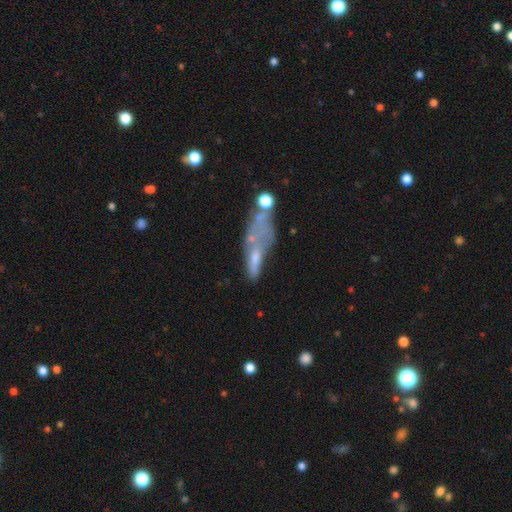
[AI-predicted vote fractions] Smooth or featured: smooth — 46% (featured or disk — 38%)
Merging: major disturbance — 30% (none — 27%)